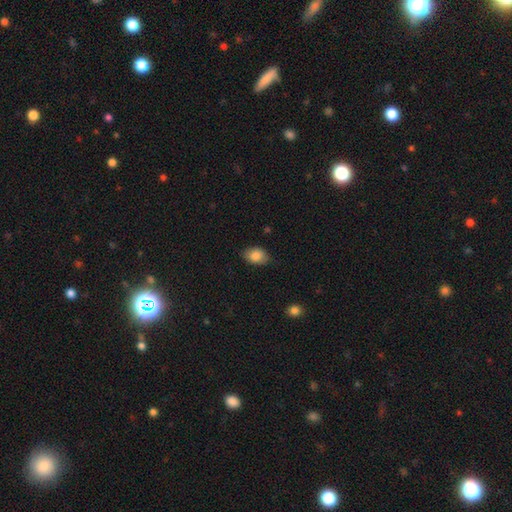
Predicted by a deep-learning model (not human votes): Smooth or featured? smooth (85%)
How rounded? in between (82%)
Merging? none (79%)